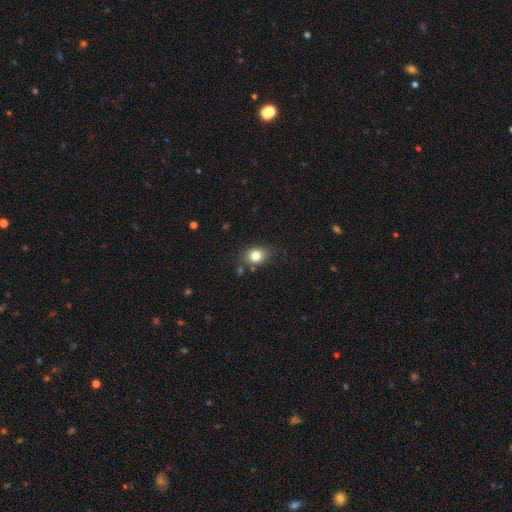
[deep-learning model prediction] Morphology: type=smooth (82%); roundness=in between (52%); merging=none (76%).